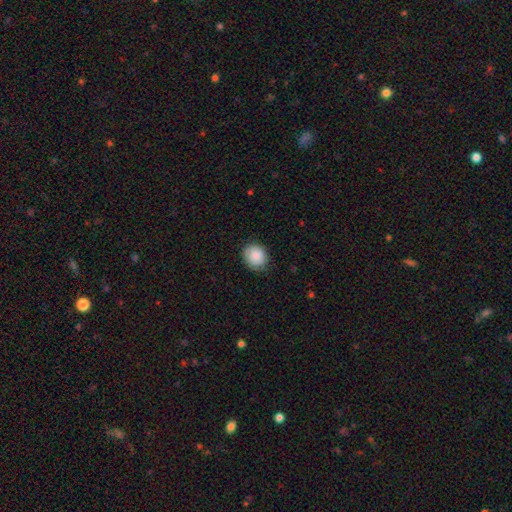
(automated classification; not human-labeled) This is clearly a smooth galaxy (87%). How rounded: likely round (78%). Merging: clearly none (84%).